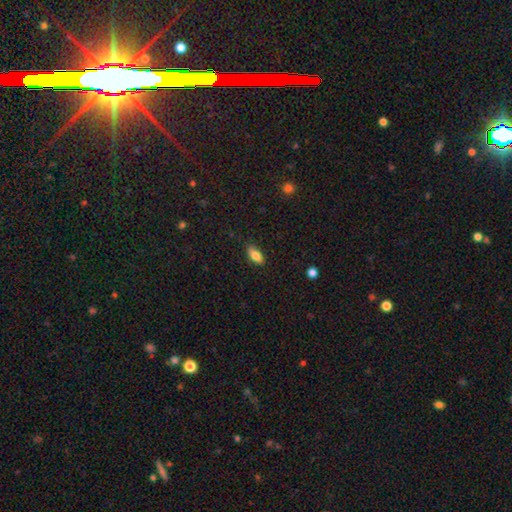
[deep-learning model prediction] The model was most divided on "how rounded": in between: 83%, cigar-shaped: 14%, round: 3%. More confident: merging — none (84%); smooth or featured — smooth (82%).